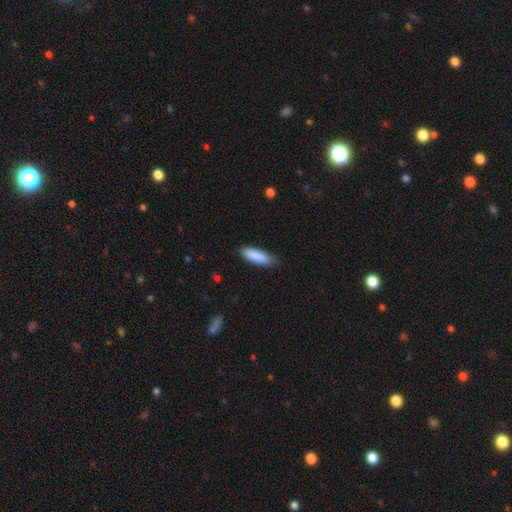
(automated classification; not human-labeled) Smooth or featured: smooth — 87% (featured or disk — 7%)
How rounded: cigar-shaped — 53% (in between — 46%)
Merging: none — 74% (minor disturbance — 22%)